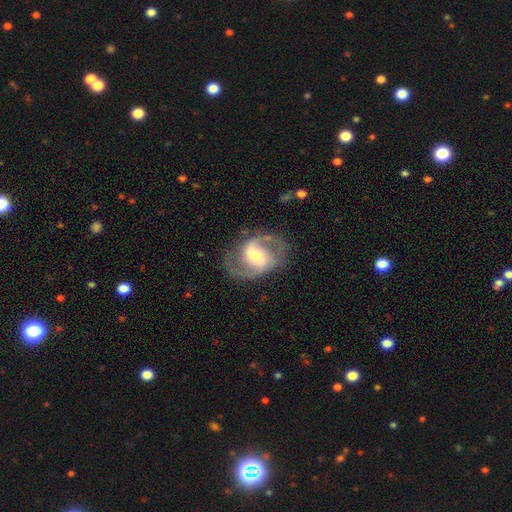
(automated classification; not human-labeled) Smooth or featured?
  - featured or disk: 87% *
  - smooth: 8%
  - star or artifact: 5%
Edge-on disk?
  - no: 98% *
  - yes: 2%
Bar?
  - weak: 48% *
  - strong: 30%
  - no: 22%
Spiral arms?
  - yes: 96% *
  - no: 4%
Spiral winding?
  - medium: 57% *
  - loose: 28%
  - tight: 14%
Spiral arm count?
  - 2: 92% *
  - can't tell: 3%
  - 3: 2%
  - 1: 2%
  - 4: 1%
  - more than 4: 1%
Bulge size?
  - moderate: 53% *
  - small: 29%
  - large: 14%
  - none: 3%
  - dominant: 2%
Merging?
  - none: 77% *
  - minor disturbance: 14%
  - major disturbance: 8%
  - merger: 1%